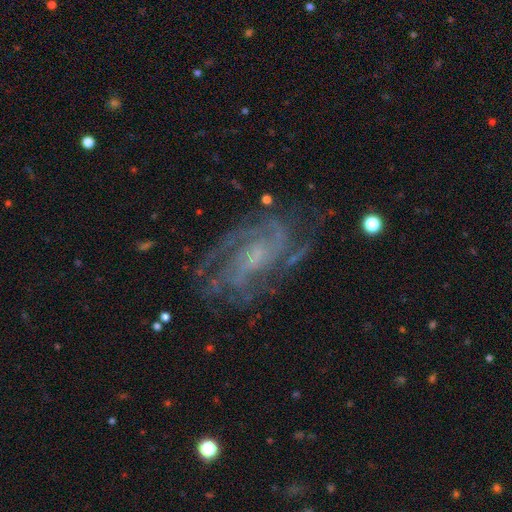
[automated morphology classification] type=featured or disk (86%); edge-on=no (96%); bar=no (48%); spiral arms=yes (96%); winding=tight (49%); arm count=can't tell (26%); bulge=small (53%); merging=none (71%).